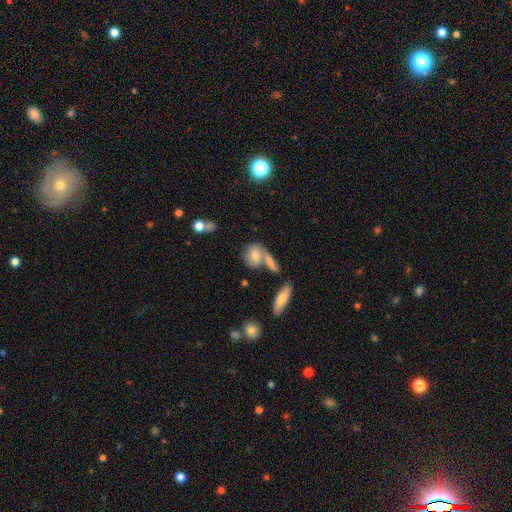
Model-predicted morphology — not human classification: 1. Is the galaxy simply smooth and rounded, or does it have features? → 71% smooth, 21% featured or disk, 9% star or artifact.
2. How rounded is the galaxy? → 54% in between, 37% round, 9% cigar-shaped.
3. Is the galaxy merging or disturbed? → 43% none, 38% merger, 13% minor disturbance, 6% major disturbance.